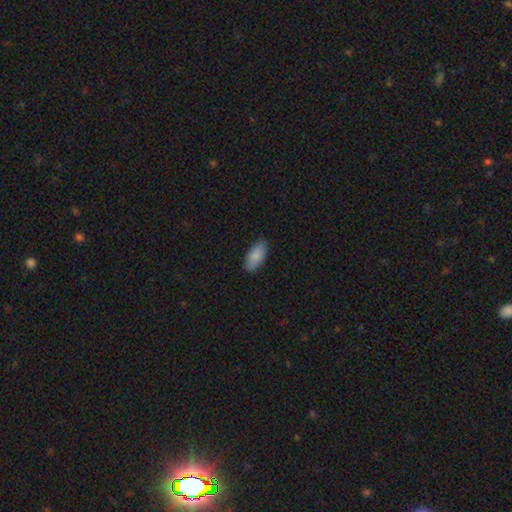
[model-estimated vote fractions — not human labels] smooth 87%, featured or disk 7%, star or artifact 6%. Down the decision tree: how rounded — in between (90%); merging — none (85%).